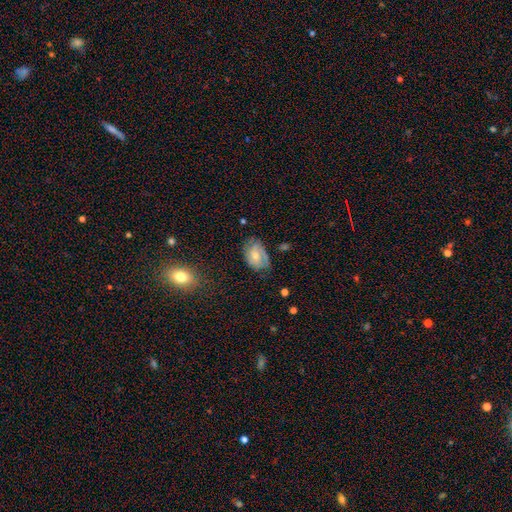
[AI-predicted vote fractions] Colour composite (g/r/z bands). It shows a smooth galaxy with no disk features (51%) that is in between round and cigar-shaped (83%). Merging: none (57%).